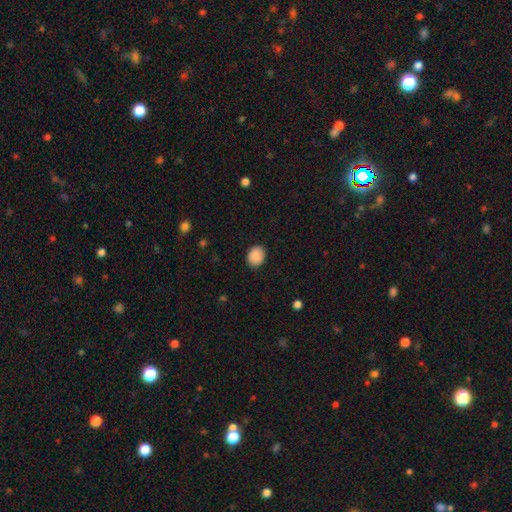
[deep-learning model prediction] smooth_or_featured: smooth (p=0.89) [alt: star or artifact p=0.07]
how_rounded: round (p=0.56) [alt: in between p=0.43]
merging: none (p=0.88) [alt: minor disturbance p=0.09]